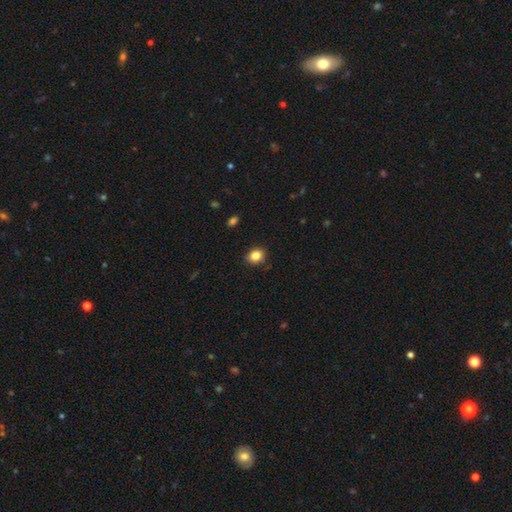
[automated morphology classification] type=smooth (85%); roundness=round (61%); merging=none (86%).